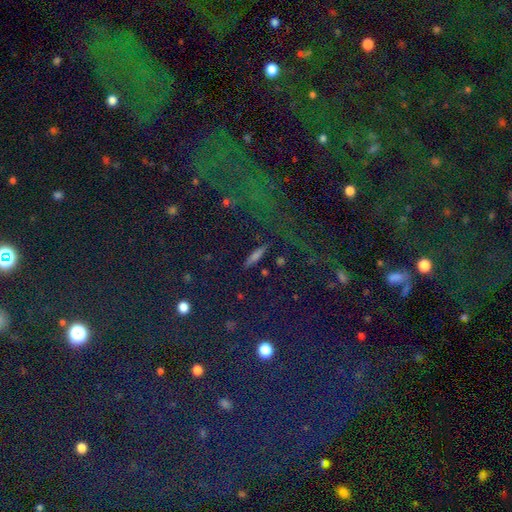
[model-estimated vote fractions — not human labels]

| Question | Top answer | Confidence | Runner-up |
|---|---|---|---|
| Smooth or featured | smooth | 50% | featured or disk (28%) |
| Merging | none | 86% | minor disturbance (8%) |